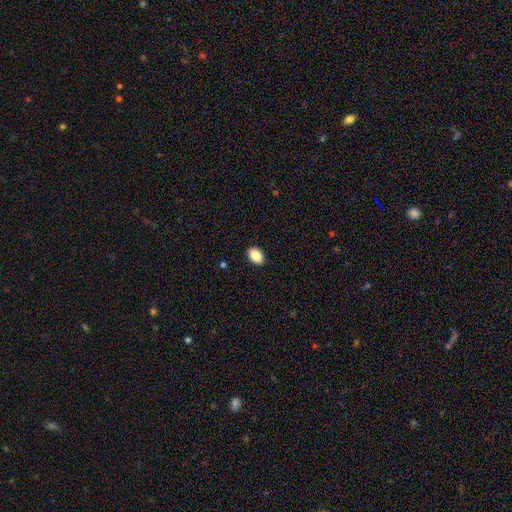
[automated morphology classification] smooth-or-featured: smooth: 87% | star or artifact: 8% | featured or disk: 5%
  how-rounded: in between: 84% | round: 15% | cigar-shaped: 1%
  merging: none: 90% | minor disturbance: 7% | major disturbance: 2% | merger: 1%